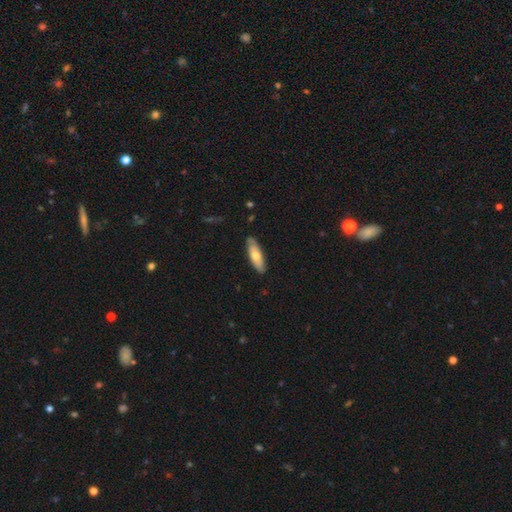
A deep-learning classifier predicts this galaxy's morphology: The model was most divided on "how rounded": in between: 51%, cigar-shaped: 47%, round: 2%. More confident: merging — none (85%); smooth or featured — smooth (63%).